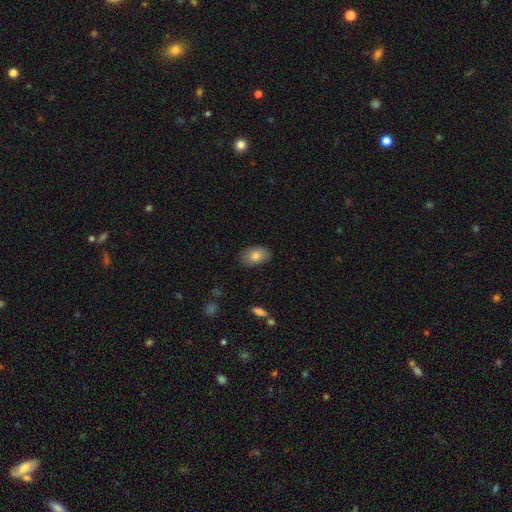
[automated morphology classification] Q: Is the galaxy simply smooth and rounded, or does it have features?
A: smooth — 80%.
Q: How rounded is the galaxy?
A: in between — 90%.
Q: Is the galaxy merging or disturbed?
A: none — 85%.